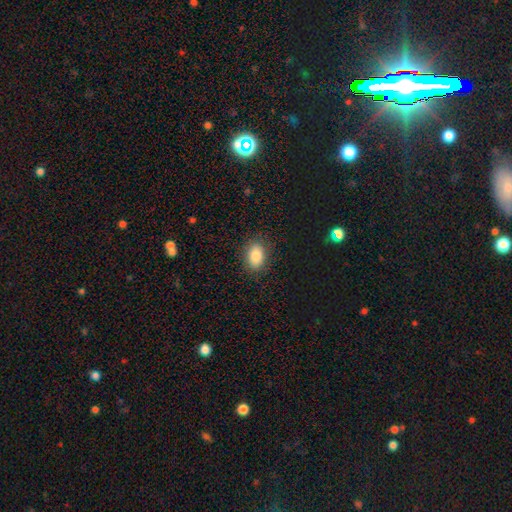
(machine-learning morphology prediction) smooth-or-featured: smooth: 85% | star or artifact: 9% | featured or disk: 6%
  how-rounded: in between: 84% | round: 14% | cigar-shaped: 2%
  merging: none: 86% | minor disturbance: 10% | major disturbance: 3% | merger: 1%